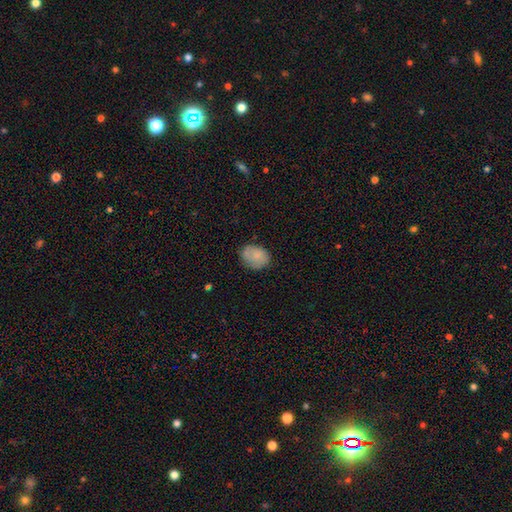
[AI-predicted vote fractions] smooth 79%, featured or disk 13%, star or artifact 8%. Down the decision tree: how rounded — in between (63%); merging — none (73%).